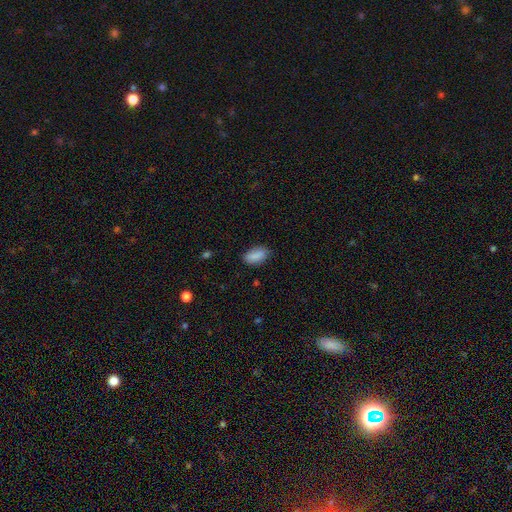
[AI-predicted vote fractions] A smooth galaxy with no disk features (87%) that is in between round and cigar-shaped (90%).

Vote fractions:
- Smooth or featured? smooth: 87% / star or artifact: 7% / featured or disk: 6%
- How rounded? in between: 90% / cigar-shaped: 6% / round: 4%
- Merging? none: 79% / minor disturbance: 16% / major disturbance: 3% / merger: 1%